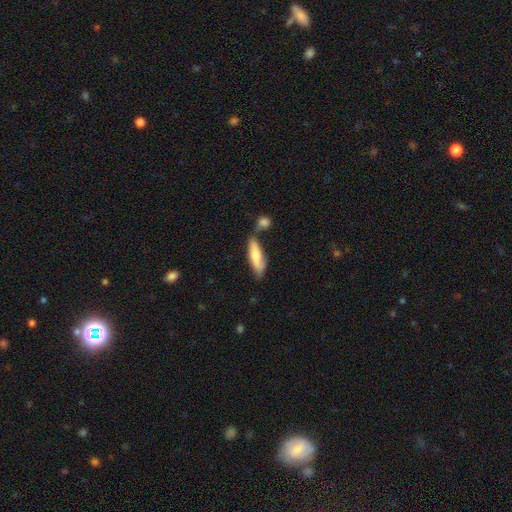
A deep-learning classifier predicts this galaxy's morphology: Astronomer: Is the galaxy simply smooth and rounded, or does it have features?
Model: smooth — 72%.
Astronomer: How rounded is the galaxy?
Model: cigar-shaped — 54% (runner-up: in between, 44%).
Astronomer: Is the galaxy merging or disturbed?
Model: none — 52%.